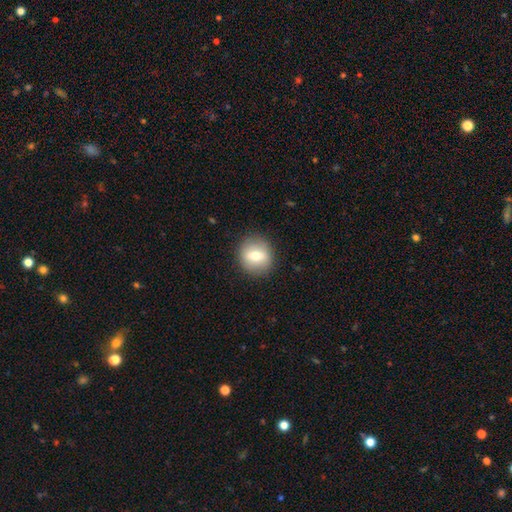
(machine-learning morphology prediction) smooth-or-featured: smooth: 67% | featured or disk: 24% | star or artifact: 9%
  how-rounded: round: 89% | in between: 10% | cigar-shaped: 1%
  merging: none: 89% | minor disturbance: 7% | major disturbance: 2% | merger: 1%